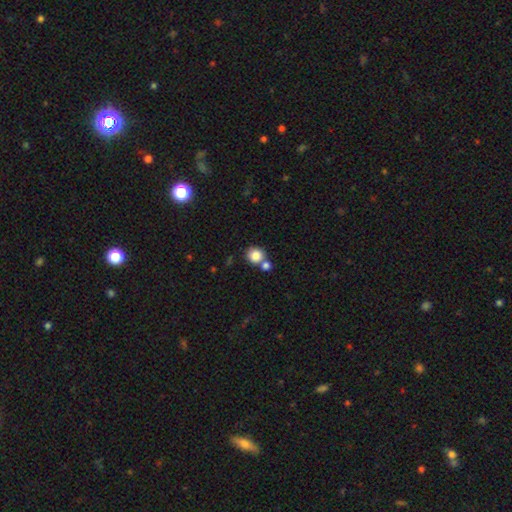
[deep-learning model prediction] Q: Smooth or featured?
A: smooth (84%); runner-up: star or artifact (9%)
Q: How rounded?
A: round (85%); runner-up: in between (14%)
Q: Merging?
A: none (57%); runner-up: merger (30%)